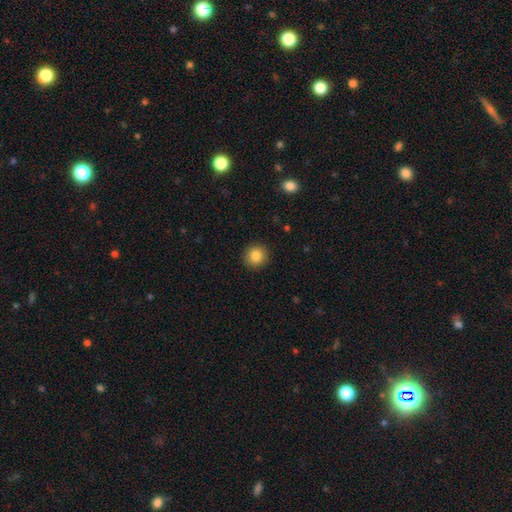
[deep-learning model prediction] A smooth galaxy with no disk features (85%) that is round (92%).

Vote fractions:
- Smooth or featured? smooth: 85% / star or artifact: 9% / featured or disk: 6%
- How rounded? round: 92% / in between: 7% / cigar-shaped: 1%
- Merging? none: 92% / minor disturbance: 6% / major disturbance: 2% / merger: 1%